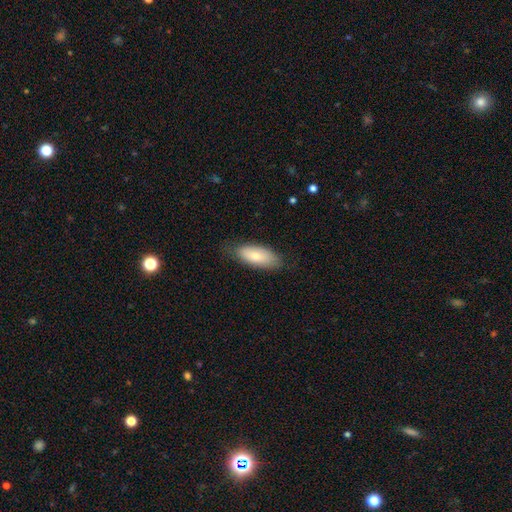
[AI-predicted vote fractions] Smooth or featured?
  - smooth: 77% *
  - featured or disk: 17%
  - star or artifact: 6%
How rounded?
  - in between: 83% *
  - cigar-shaped: 14%
  - round: 2%
Merging?
  - none: 77% *
  - minor disturbance: 18%
  - major disturbance: 4%
  - merger: 1%